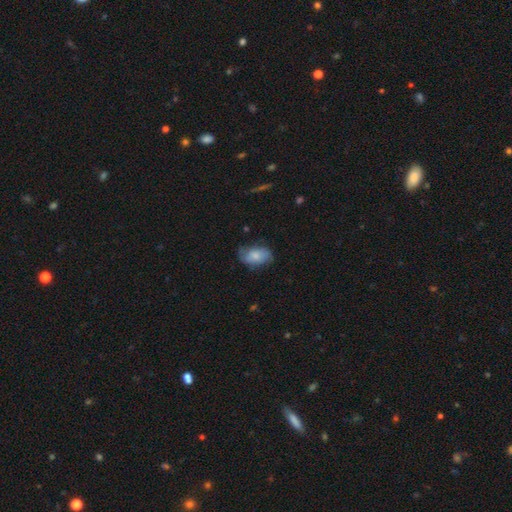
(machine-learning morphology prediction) Smooth or featured? smooth (69%)
How rounded? in between (89%)
Merging? none (58%)